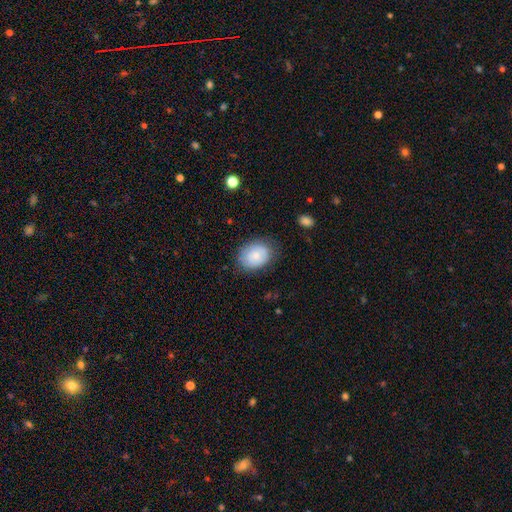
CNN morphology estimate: This is likely a smooth galaxy (74%). How rounded: likely in between (65%). Merging: likely none (75%).